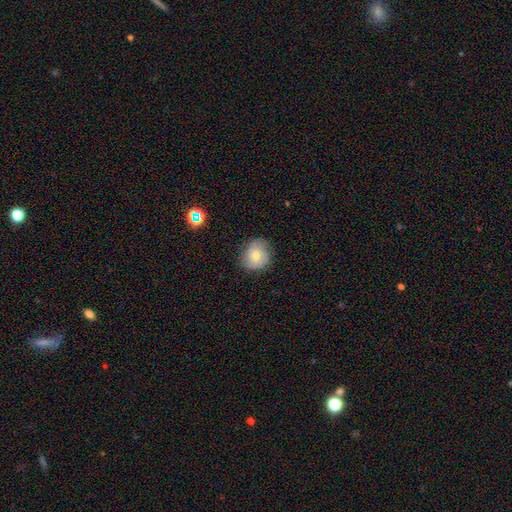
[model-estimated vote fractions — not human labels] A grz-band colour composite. It shows a smooth galaxy with no disk features (58%) that is round (75%). Merging: none (74%).